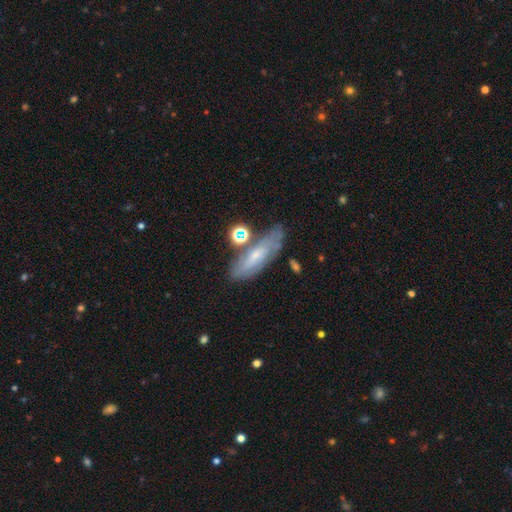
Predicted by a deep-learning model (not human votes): Overall: featured or disk (50%; smooth 41%). Merging: none (58%; minor disturbance 22%).